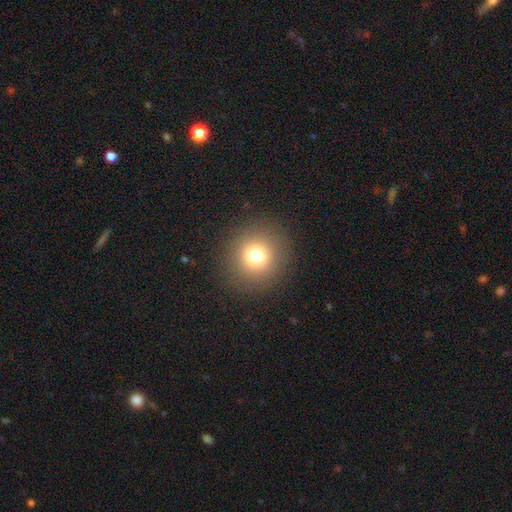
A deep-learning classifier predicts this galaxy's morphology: This is likely a smooth galaxy (74%). How rounded: clearly round (93%). Merging: clearly none (90%).